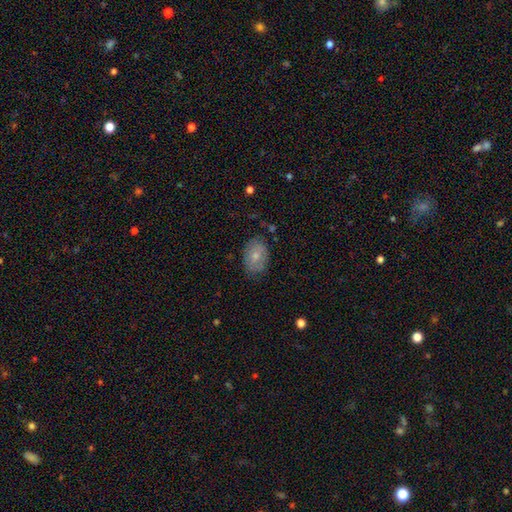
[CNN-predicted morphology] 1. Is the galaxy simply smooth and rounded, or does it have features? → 70% smooth, 23% featured or disk, 7% star or artifact.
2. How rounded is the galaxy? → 82% in between, 17% round, 1% cigar-shaped.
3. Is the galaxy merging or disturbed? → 78% none, 17% minor disturbance, 4% major disturbance, 1% merger.